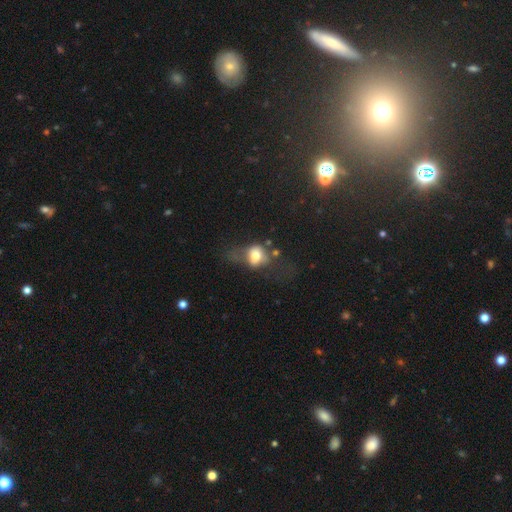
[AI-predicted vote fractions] This appears to be a smooth galaxy with no disk features (62%) that is in between round and cigar-shaped (51%). Merging: major disturbance (37%).